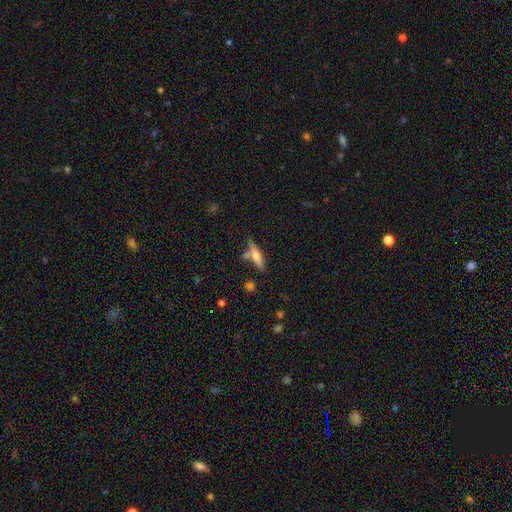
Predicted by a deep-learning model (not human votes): Smooth or featured?
  - smooth: 52% *
  - featured or disk: 39%
  - star or artifact: 9%
How rounded?
  - cigar-shaped: 70% *
  - in between: 27%
  - round: 3%
Merging?
  - none: 60% *
  - merger: 17%
  - minor disturbance: 16%
  - major disturbance: 6%